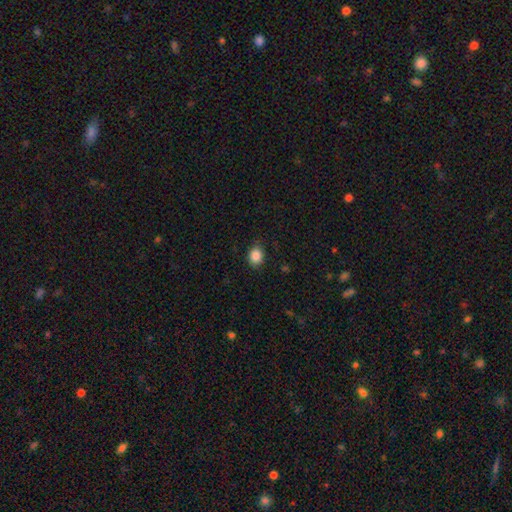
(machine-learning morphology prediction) The model was most divided on "how rounded": in between: 53%, round: 46%, cigar-shaped: 1%. More confident: smooth or featured — smooth (87%); merging — none (81%).